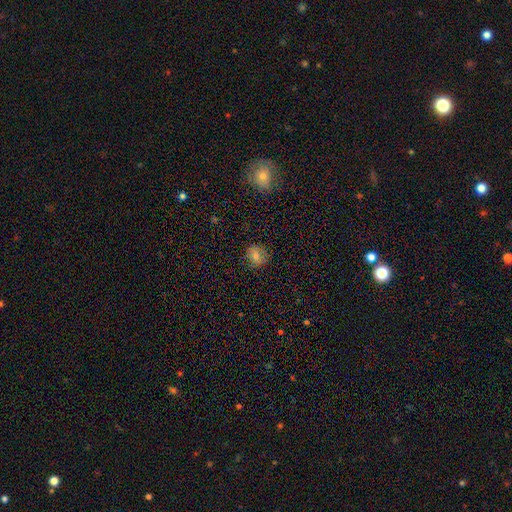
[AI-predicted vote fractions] Smooth or featured? smooth (69%)
How rounded? round (78%)
Merging? none (85%)